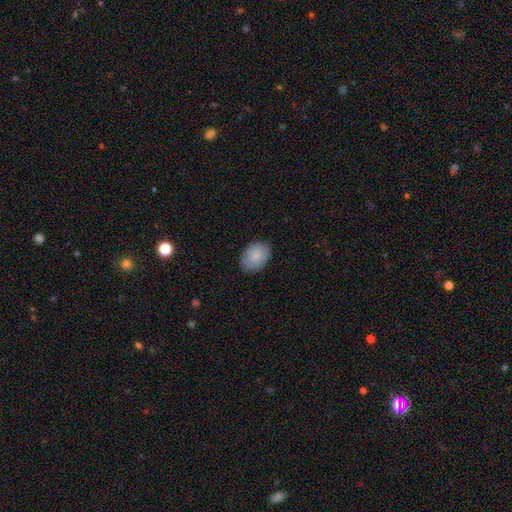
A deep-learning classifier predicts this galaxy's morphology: A smooth galaxy with no disk features (83%) that is in between round and cigar-shaped (79%). Merging: none (86%).